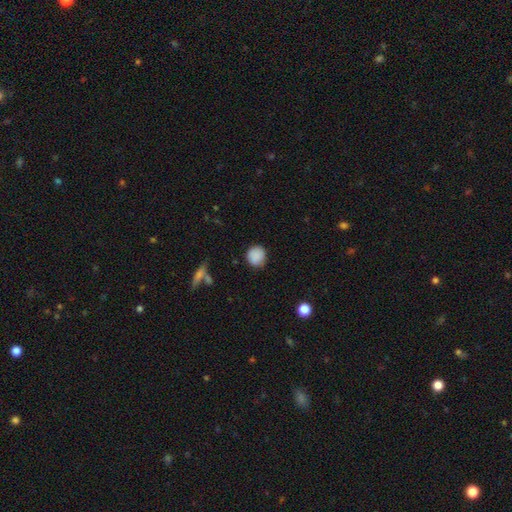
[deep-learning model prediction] Smooth or featured? smooth (87%)
How rounded? round (89%)
Merging? none (83%)